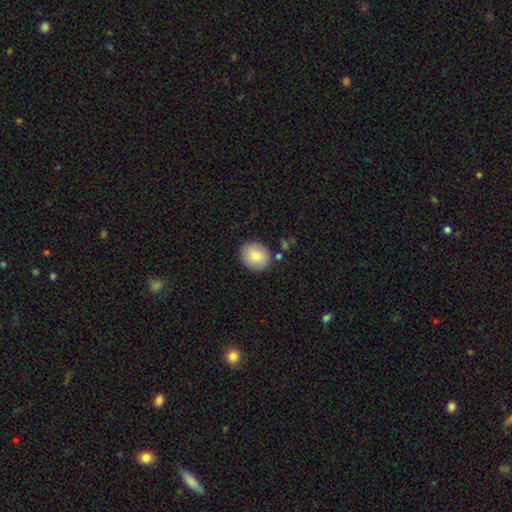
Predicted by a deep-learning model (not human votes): smooth-or-featured: smooth: 79% | featured or disk: 13% | star or artifact: 8%
  how-rounded: round: 68% | in between: 31% | cigar-shaped: 1%
  merging: none: 84% | minor disturbance: 10% | merger: 4% | major disturbance: 2%